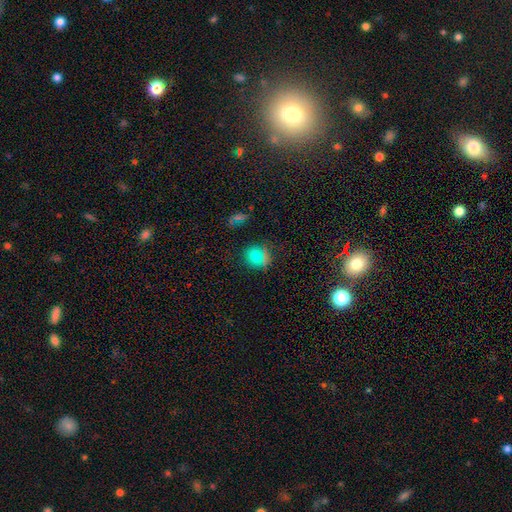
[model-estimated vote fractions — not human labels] This is likely a smooth galaxy (70%). How rounded: clearly round (86%). Merging: clearly none (83%).